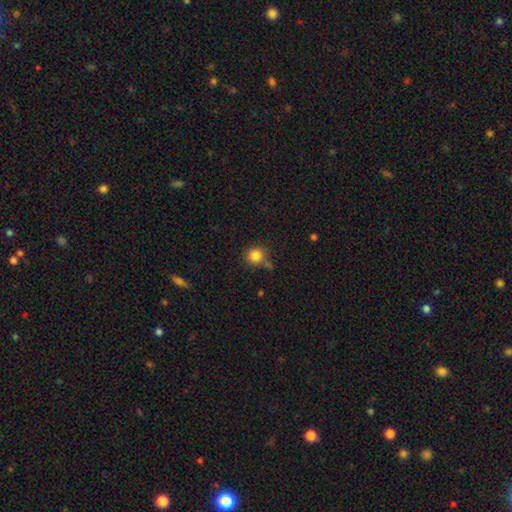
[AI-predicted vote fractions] Smooth or featured? Predicted: smooth (p=0.84). How rounded? Predicted: round (p=0.89). Merging? Predicted: none (p=0.72).